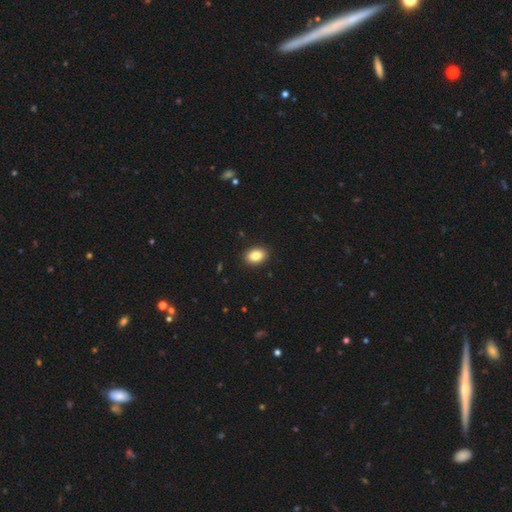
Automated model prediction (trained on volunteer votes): This appears to be a smooth galaxy with no disk features (86%) that is in between round and cigar-shaped (81%). Merging: none (91%).